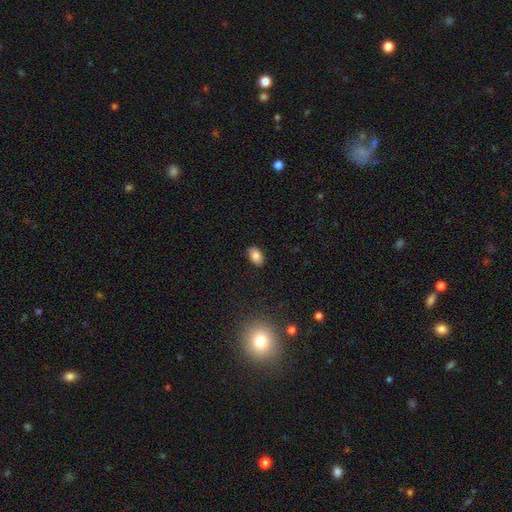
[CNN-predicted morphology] Smooth or featured? Predicted: smooth (p=0.82). How rounded? Predicted: in between (p=0.91). Merging? Predicted: none (p=0.88).